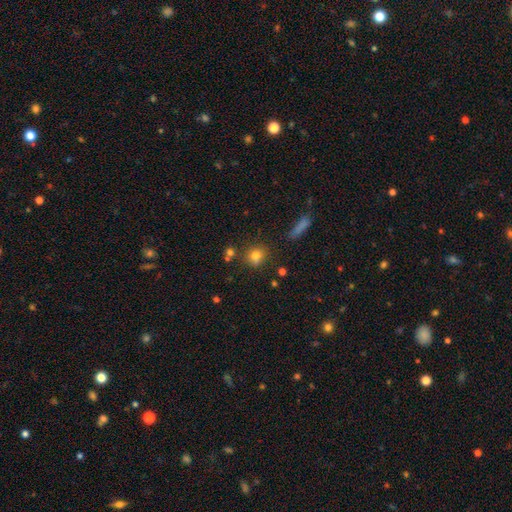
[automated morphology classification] This appears to be a smooth galaxy with no disk features (76%) that is round (71%). Merging: none (72%).